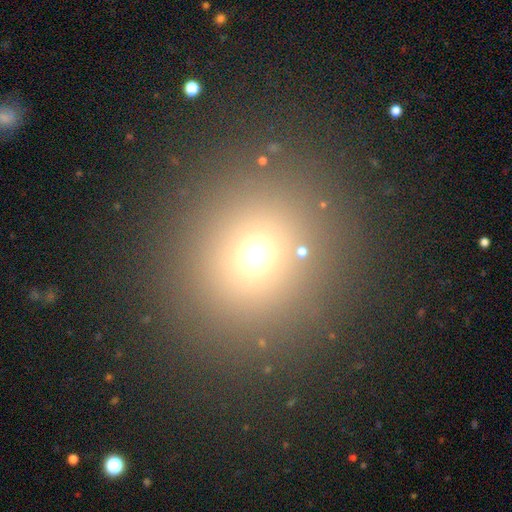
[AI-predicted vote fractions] Q: Smooth or featured?
A: smooth (64%); runner-up: star or artifact (27%)
Q: How rounded?
A: round (89%); runner-up: in between (10%)
Q: Merging?
A: none (86%); runner-up: minor disturbance (6%)